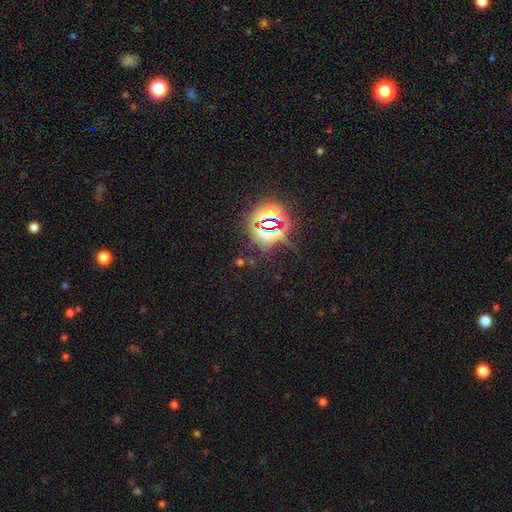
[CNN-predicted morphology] This appears to be a star or artifact, not a galaxy (81%).